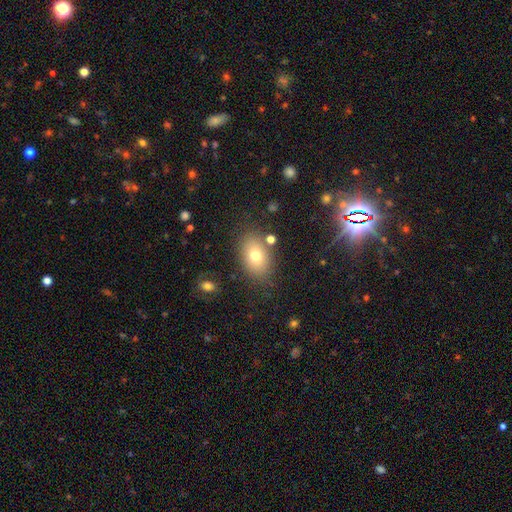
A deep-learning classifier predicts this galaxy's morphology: Q: Smooth or featured?
A: smooth (73%); runner-up: featured or disk (16%)
Q: How rounded?
A: in between (80%); runner-up: round (19%)
Q: Merging?
A: none (79%); runner-up: minor disturbance (12%)